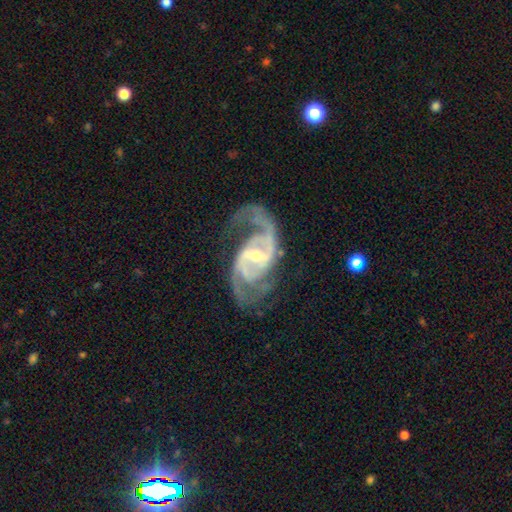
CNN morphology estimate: Q: Smooth or featured?
A: featured or disk (92%); runner-up: star or artifact (5%)
Q: Edge-on disk?
A: no (97%); runner-up: yes (3%)
Q: Bar?
A: weak (44%); runner-up: strong (41%)
Q: Spiral arms?
A: yes (97%); runner-up: no (3%)
Q: Spiral winding?
A: medium (56%); runner-up: loose (27%)
Q: Spiral arm count?
A: 2 (85%); runner-up: 3 (5%)
Q: Bulge size?
A: small (60%); runner-up: moderate (35%)
Q: Merging?
A: none (65%); runner-up: major disturbance (17%)